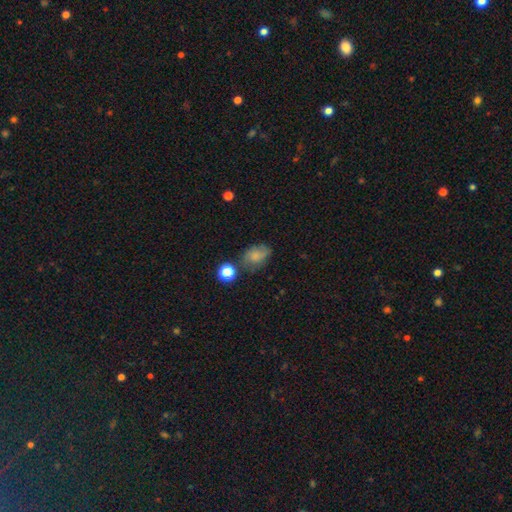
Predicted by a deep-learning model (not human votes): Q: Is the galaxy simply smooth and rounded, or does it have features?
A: smooth — 68%.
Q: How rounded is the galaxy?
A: in between — 74%.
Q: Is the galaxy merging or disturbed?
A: none — 58%.